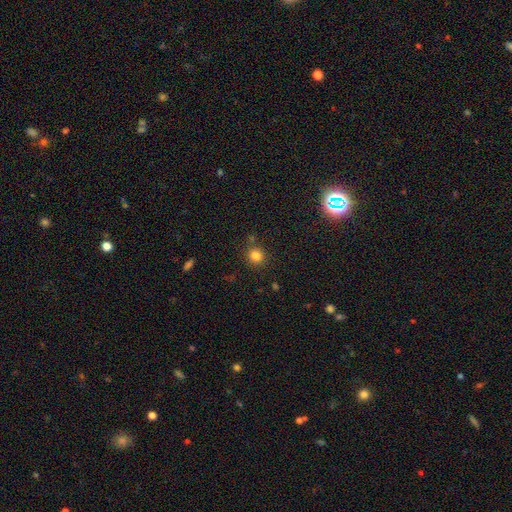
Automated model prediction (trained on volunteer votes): A smooth galaxy with no disk features (82%) that is round (89%). Merging: none (82%).